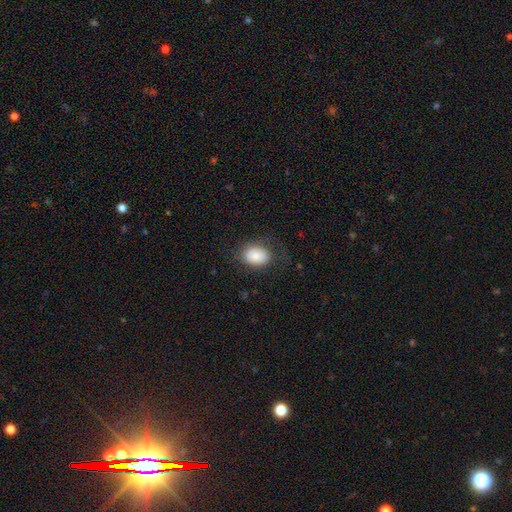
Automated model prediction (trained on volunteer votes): Morphology: type=smooth (81%); roundness=in between (71%); merging=none (68%).